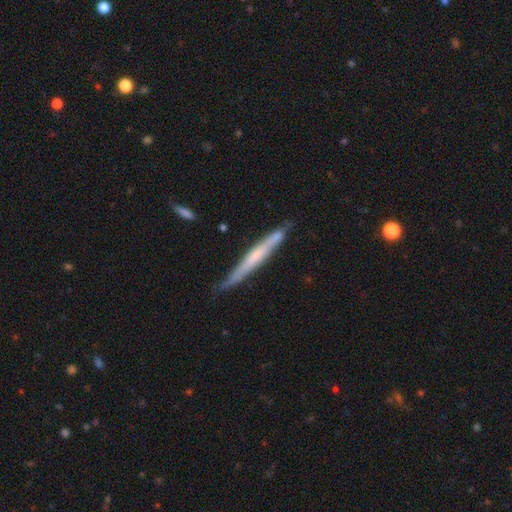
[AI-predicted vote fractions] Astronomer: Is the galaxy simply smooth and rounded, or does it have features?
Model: featured or disk — 54% (runner-up: smooth, 40%).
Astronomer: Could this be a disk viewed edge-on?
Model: yes — 94%.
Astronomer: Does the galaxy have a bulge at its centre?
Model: none — 61%.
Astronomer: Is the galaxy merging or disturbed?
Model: none — 75%.